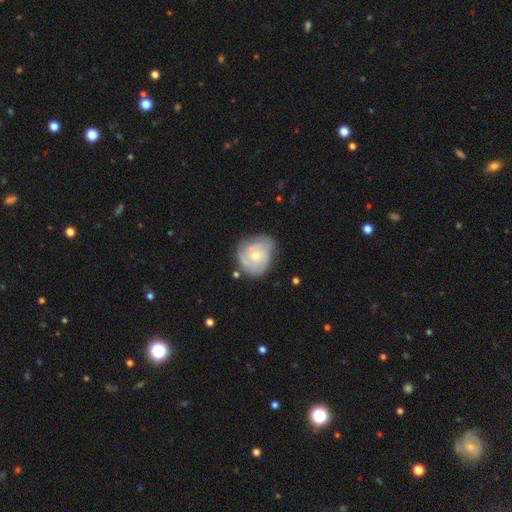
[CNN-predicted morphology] A featured or disk galaxy (63%) with no bar (80%), spiral arms (81%) and a moderate central bulge (49%). Merging: none (61%).